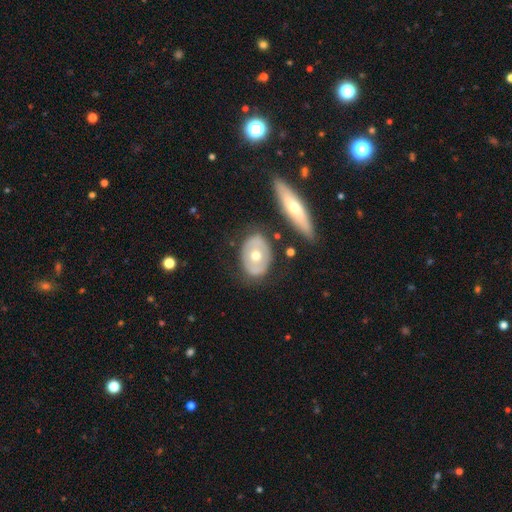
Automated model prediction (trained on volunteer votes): Q: Smooth or featured?
A: featured or disk (50%); runner-up: smooth (44%)
Q: Edge-on disk?
A: no (86%); runner-up: yes (14%)
Q: Merging?
A: none (77%); runner-up: minor disturbance (14%)